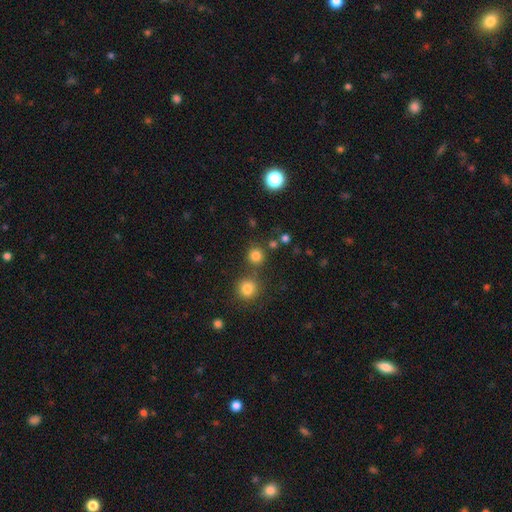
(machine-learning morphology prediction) Overall: smooth (79%). How rounded: round (92%). Merging: none (76%).